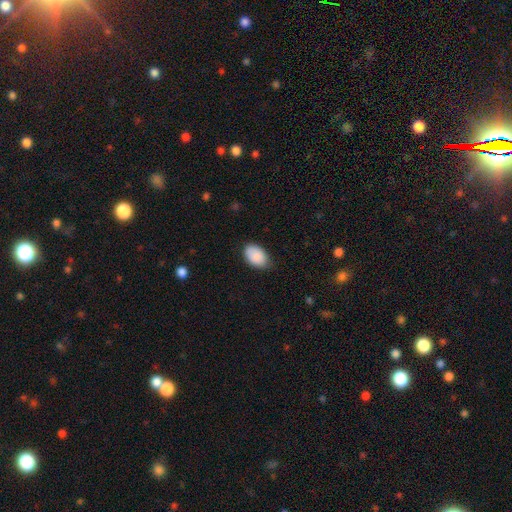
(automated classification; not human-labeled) smooth 90%, star or artifact 6%, featured or disk 4%. Down the decision tree: how rounded — in between (91%); merging — none (76%).